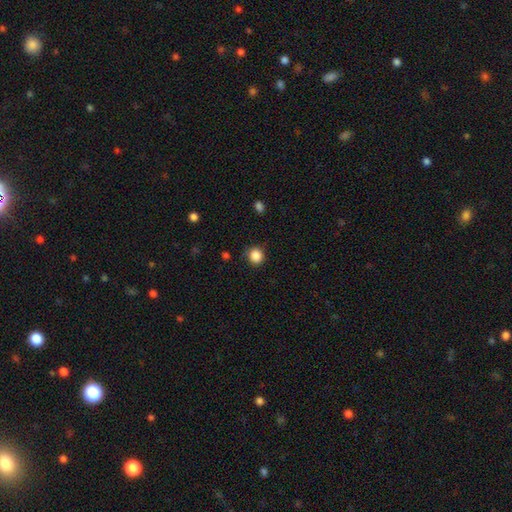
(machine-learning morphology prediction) smooth_or_featured: smooth (p=0.87) [alt: star or artifact p=0.10]
how_rounded: round (p=0.87) [alt: in between p=0.12]
merging: none (p=0.84) [alt: minor disturbance p=0.11]